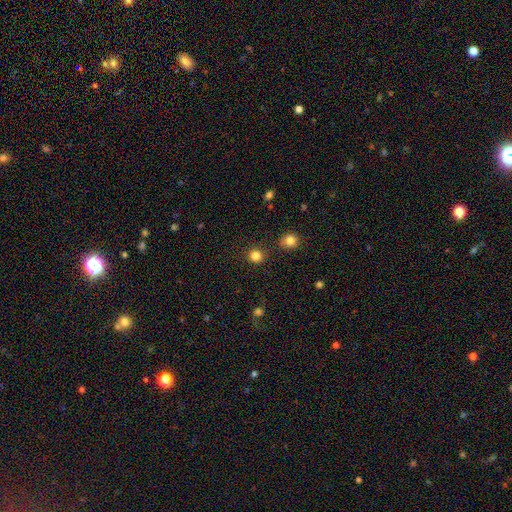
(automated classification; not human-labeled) Smooth or featured: smooth — 84% (star or artifact — 13%)
How rounded: round — 92% (in between — 7%)
Merging: none — 89% (minor disturbance — 6%)